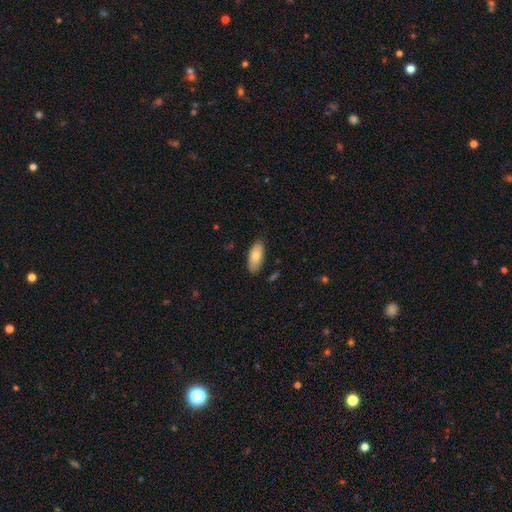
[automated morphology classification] Smooth or featured?
  - smooth: 77% *
  - featured or disk: 17%
  - star or artifact: 6%
How rounded?
  - in between: 88% *
  - cigar-shaped: 10%
  - round: 2%
Merging?
  - none: 82% *
  - minor disturbance: 14%
  - major disturbance: 2%
  - merger: 2%